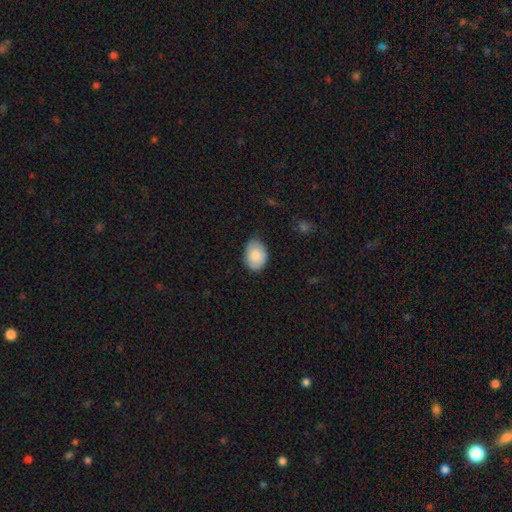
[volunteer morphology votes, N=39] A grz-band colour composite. It shows a smooth galaxy with no disk features (87%) that is in between round and cigar-shaped (71%). Merging: none (75%).